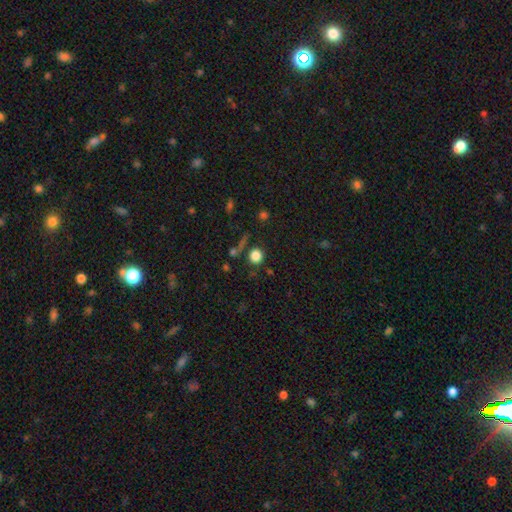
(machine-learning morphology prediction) The model was most divided on "merging": none: 78%, minor disturbance: 9%, merger: 8%, major disturbance: 4%. More confident: how rounded — round (90%); smooth or featured — smooth (82%).